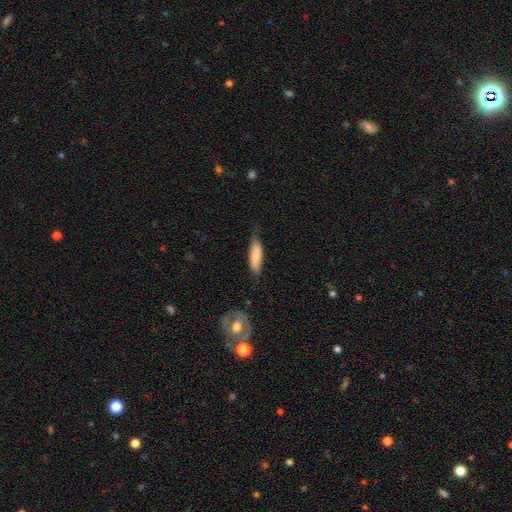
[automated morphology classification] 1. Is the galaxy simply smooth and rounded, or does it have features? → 80% smooth, 14% featured or disk, 6% star or artifact.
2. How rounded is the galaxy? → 54% cigar-shaped, 44% in between, 2% round.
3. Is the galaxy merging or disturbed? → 70% none, 23% minor disturbance, 5% major disturbance, 2% merger.